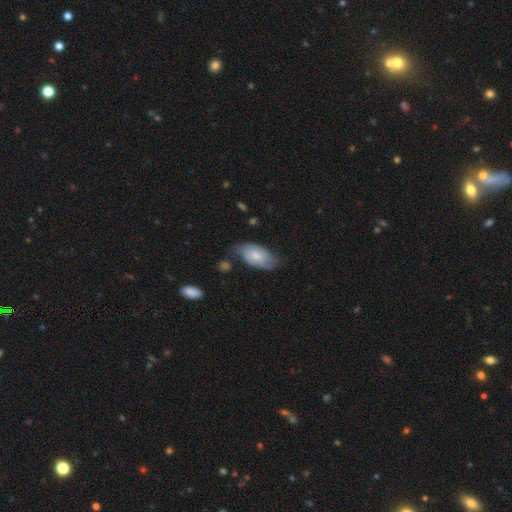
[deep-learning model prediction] A smooth galaxy with no disk features (56%) that is in between round and cigar-shaped (92%).

Vote fractions:
- Smooth or featured? smooth: 56% / featured or disk: 38% / star or artifact: 6%
- How rounded? in between: 92% / round: 5% / cigar-shaped: 2%
- Merging? none: 50% / minor disturbance: 32% / major disturbance: 14% / merger: 4%